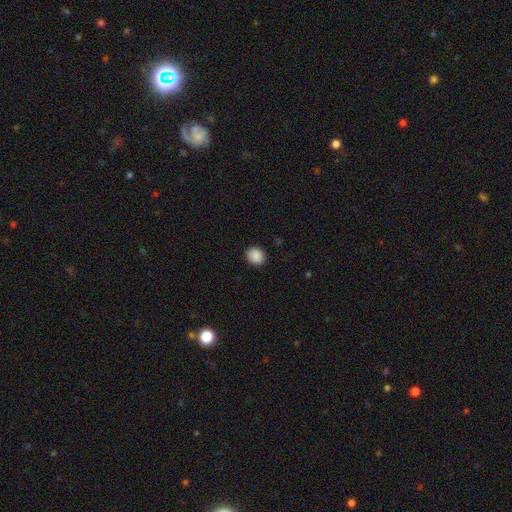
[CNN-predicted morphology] A smooth galaxy with no disk features (89%) that is round (71%).

Vote fractions:
- Smooth or featured? smooth: 89% / star or artifact: 9% / featured or disk: 3%
- How rounded? round: 71% / in between: 28% / cigar-shaped: 1%
- Merging? none: 89% / minor disturbance: 8% / major disturbance: 2% / merger: 1%